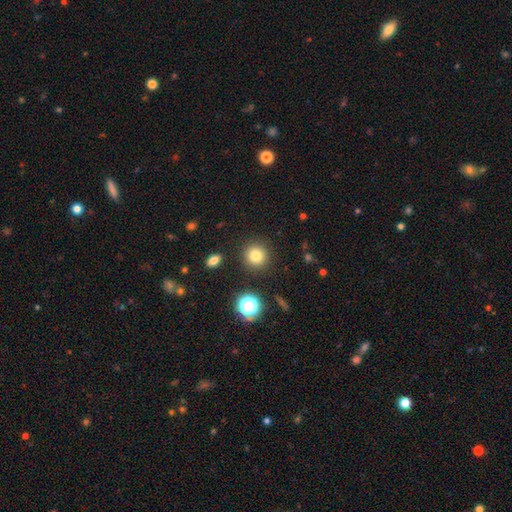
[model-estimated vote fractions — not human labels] Smooth or featured?
  - smooth: 80% *
  - star or artifact: 14%
  - featured or disk: 6%
How rounded?
  - round: 92% *
  - in between: 7%
  - cigar-shaped: 1%
Merging?
  - none: 89% *
  - minor disturbance: 6%
  - major disturbance: 3%
  - merger: 2%